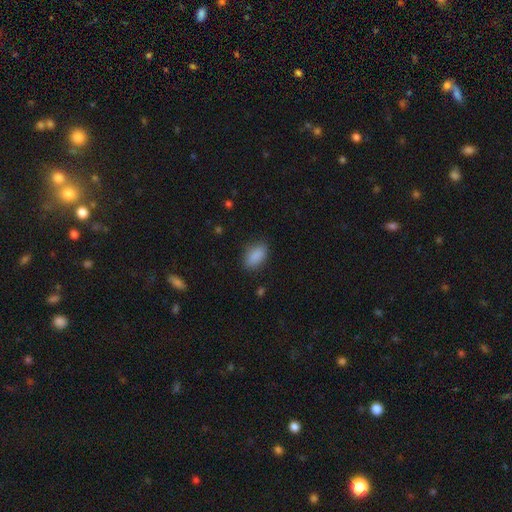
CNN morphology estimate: The model was most divided on "merging": none: 83%, minor disturbance: 13%, major disturbance: 3%, merger: 1%. More confident: how rounded — in between (91%); smooth or featured — smooth (88%).